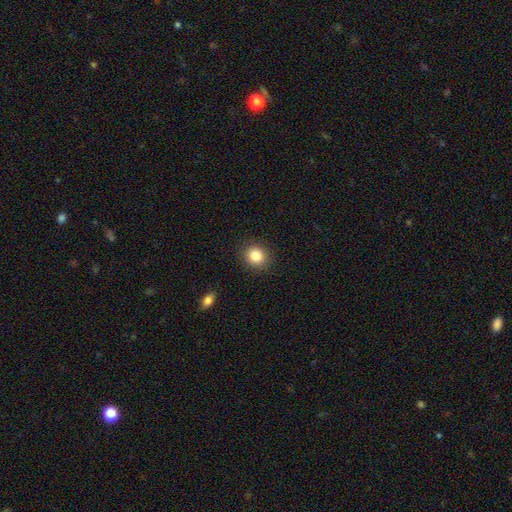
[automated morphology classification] Smooth or featured?
  - smooth: 83% *
  - star or artifact: 10%
  - featured or disk: 6%
How rounded?
  - round: 81% *
  - in between: 18%
  - cigar-shaped: 1%
Merging?
  - none: 90% *
  - minor disturbance: 7%
  - major disturbance: 2%
  - merger: 1%